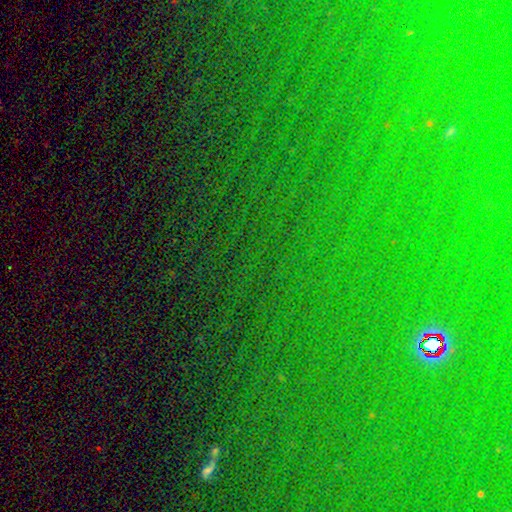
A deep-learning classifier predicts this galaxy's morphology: Smooth or featured?
  - star or artifact: 79% *
  - smooth: 12%
  - featured or disk: 9%